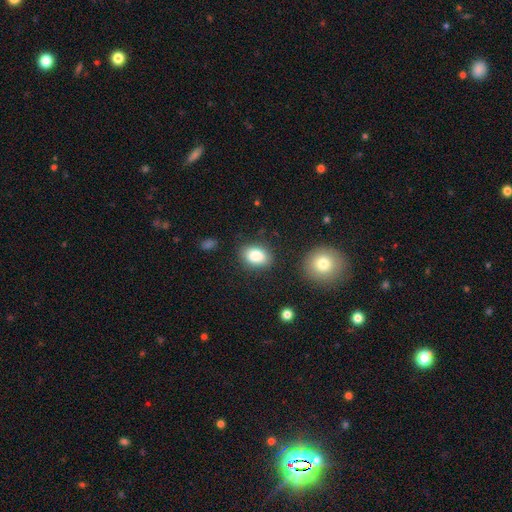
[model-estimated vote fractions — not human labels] smooth 86%, star or artifact 8%, featured or disk 6%. Down the decision tree: how rounded — in between (79%); merging — none (81%).